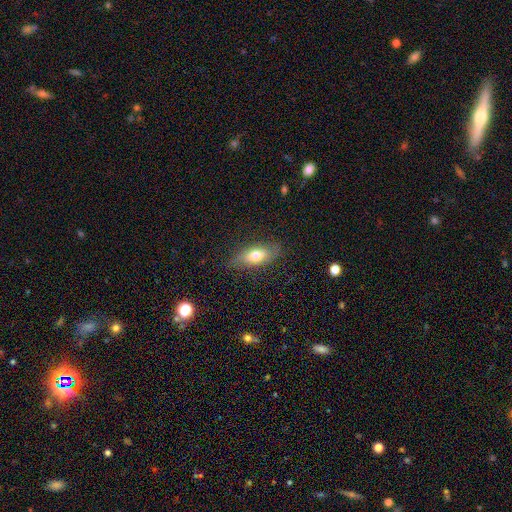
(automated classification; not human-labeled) This is likely a smooth galaxy (64%). How rounded: likely in between (77%). Merging: likely none (77%).